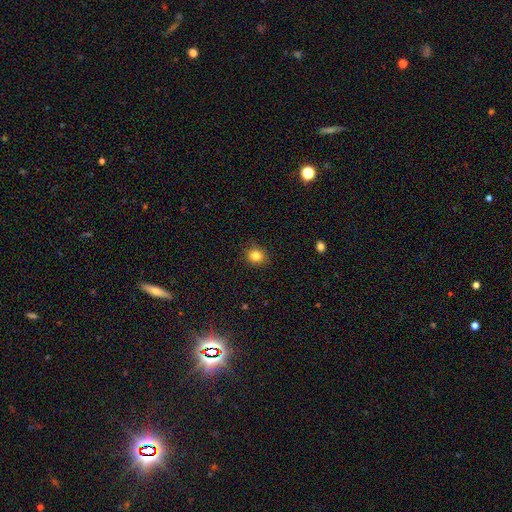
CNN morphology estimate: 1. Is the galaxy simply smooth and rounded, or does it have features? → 84% smooth, 11% star or artifact, 5% featured or disk.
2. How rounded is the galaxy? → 82% round, 17% in between, 1% cigar-shaped.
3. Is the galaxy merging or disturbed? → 88% none, 9% minor disturbance, 2% major disturbance, 1% merger.